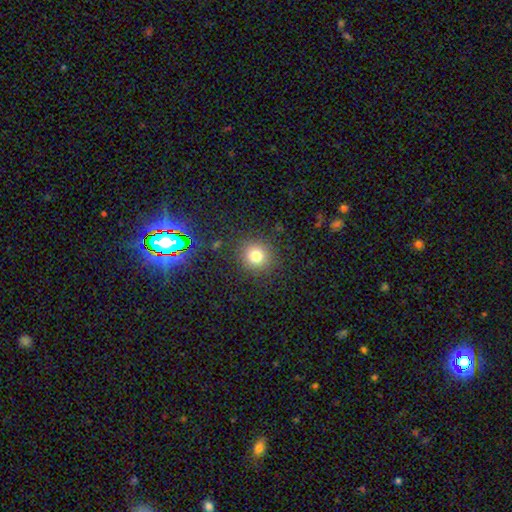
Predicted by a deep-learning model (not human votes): Q: Smooth or featured?
A: smooth (77%); runner-up: star or artifact (16%)
Q: How rounded?
A: round (90%); runner-up: in between (9%)
Q: Merging?
A: none (87%); runner-up: minor disturbance (8%)